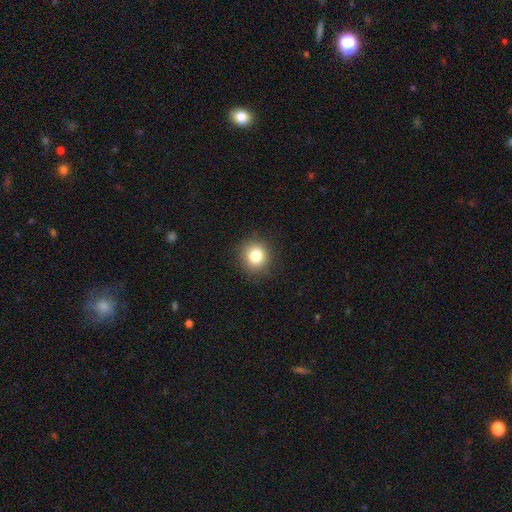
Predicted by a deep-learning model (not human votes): Morphology: type=smooth (81%); roundness=round (88%); merging=none (89%).